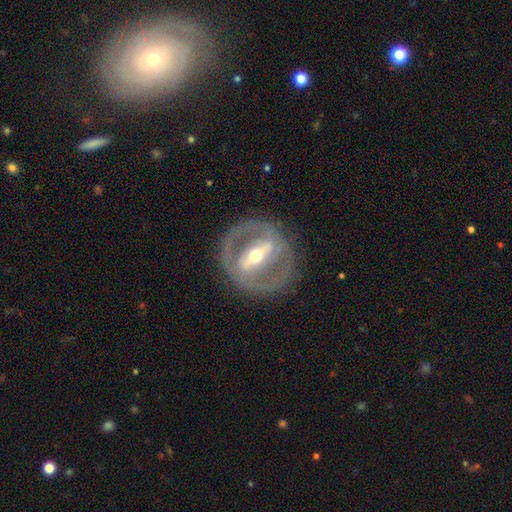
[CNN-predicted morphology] Smooth or featured: featured or disk — 82% (smooth — 12%)
Edge-on disk: no — 90% (yes — 10%)
Bar: strong — 69% (weak — 21%)
Spiral arms: no — 51% (yes — 49%)
Bulge size: moderate — 55% (small — 39%)
Merging: none — 81% (minor disturbance — 10%)